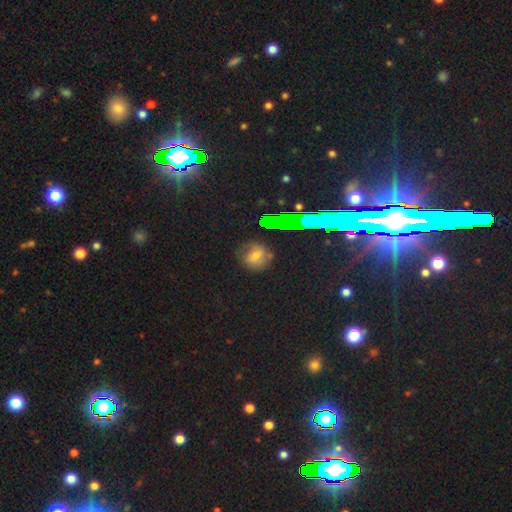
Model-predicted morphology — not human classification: smooth_or_featured: smooth (p=0.50) [alt: star or artifact p=0.27]
merging: none (p=0.71) [alt: minor disturbance p=0.19]